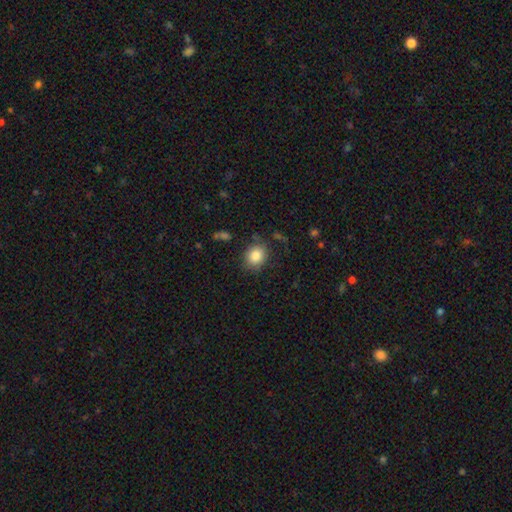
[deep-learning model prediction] This is clearly a smooth galaxy (84%). How rounded: possibly round (58%). Merging: clearly none (81%).